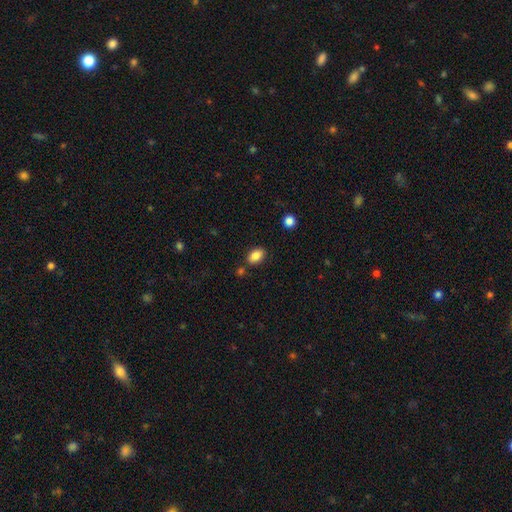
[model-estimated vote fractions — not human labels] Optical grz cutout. It shows a smooth galaxy with no disk features (86%) that is in between round and cigar-shaped (87%). Merging: none (81%).